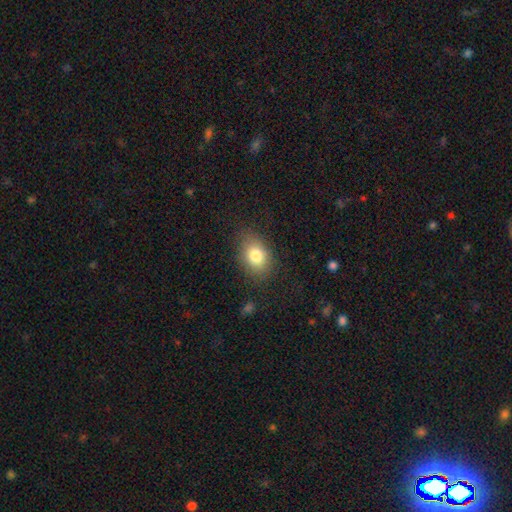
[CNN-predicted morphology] Q: Smooth or featured?
A: smooth (80%); runner-up: featured or disk (10%)
Q: How rounded?
A: in between (77%); runner-up: round (21%)
Q: Merging?
A: none (79%); runner-up: minor disturbance (15%)